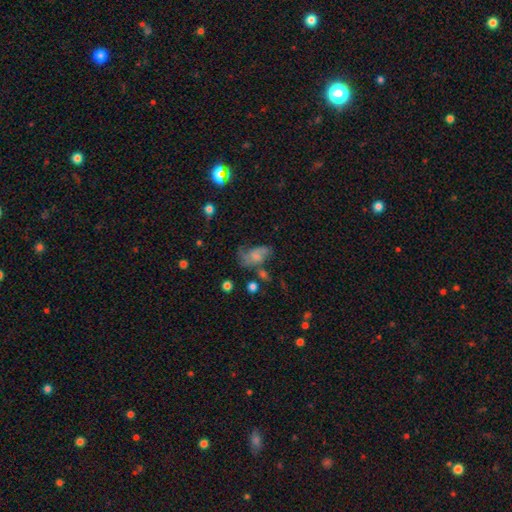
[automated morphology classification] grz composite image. It shows a featured or disk galaxy (44%). Merging: major disturbance (37%).